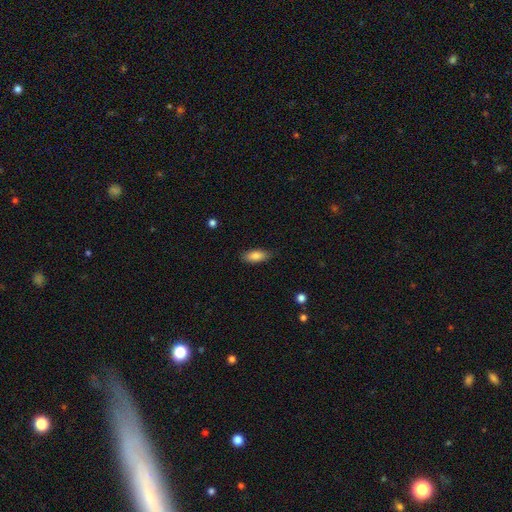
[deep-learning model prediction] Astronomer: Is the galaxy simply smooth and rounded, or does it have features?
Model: smooth — 83%.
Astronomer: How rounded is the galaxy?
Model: in between — 80%.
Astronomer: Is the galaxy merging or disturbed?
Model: none — 83%.